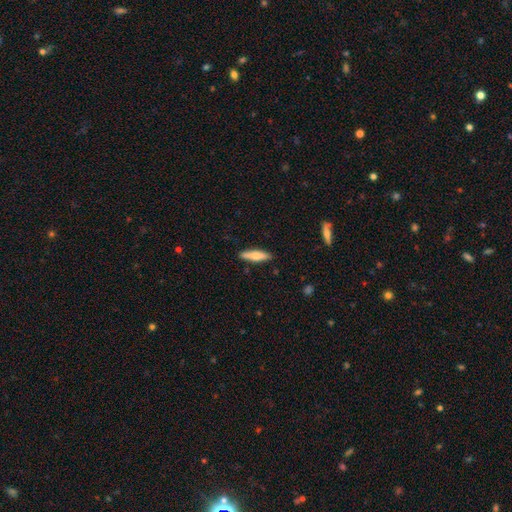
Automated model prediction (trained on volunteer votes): A smooth galaxy with no disk features (64%) that is cigar-shaped (71%). Merging: none (88%).